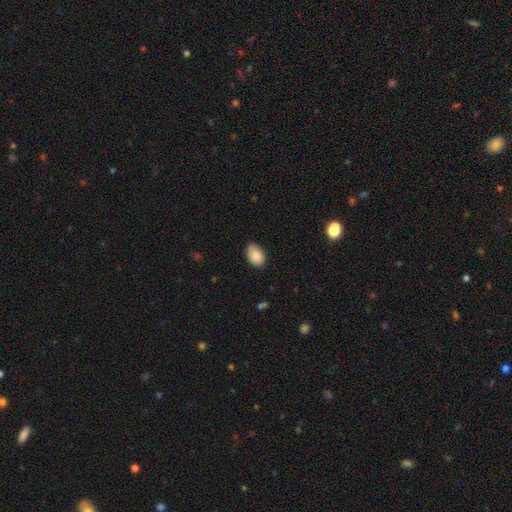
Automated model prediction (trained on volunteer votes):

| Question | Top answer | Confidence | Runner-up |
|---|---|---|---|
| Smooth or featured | smooth | 84% | featured or disk (8%) |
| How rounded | in between | 86% | round (13%) |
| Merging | none | 79% | minor disturbance (18%) |